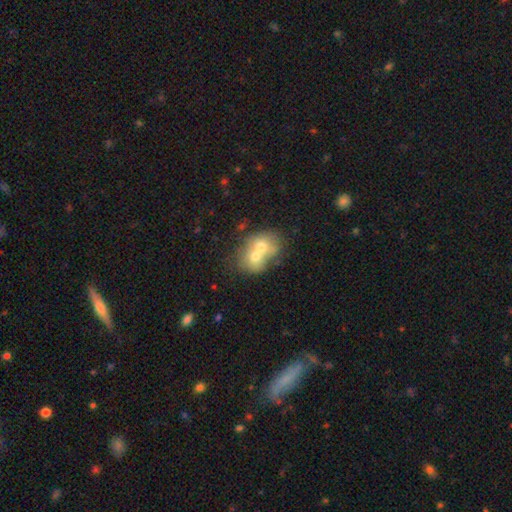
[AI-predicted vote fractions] Smooth or featured? smooth (60%)
How rounded? round (56%)
Merging? merger (73%)